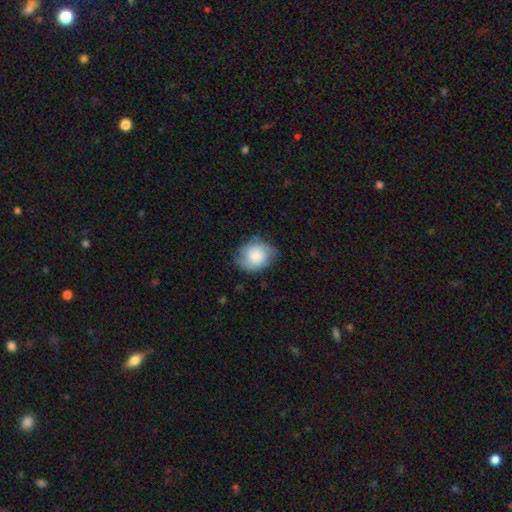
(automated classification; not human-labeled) Smooth or featured? Predicted: smooth (p=0.64). How rounded? Predicted: round (p=0.58). Merging? Predicted: none (p=0.67).